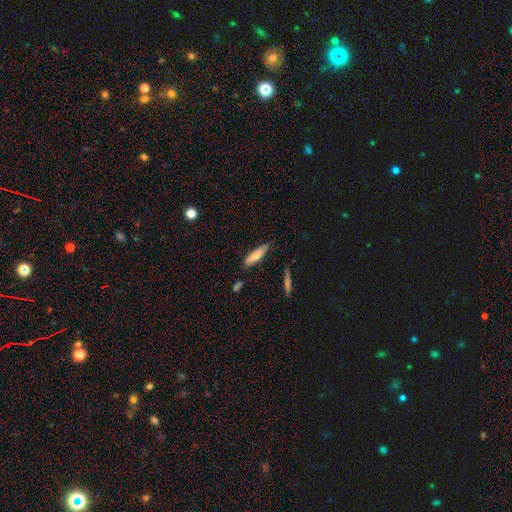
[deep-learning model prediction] smooth_or_featured: smooth (p=0.73) [alt: featured or disk p=0.21]
how_rounded: cigar-shaped (p=0.66) [alt: in between p=0.32]
merging: none (p=0.82) [alt: minor disturbance p=0.13]